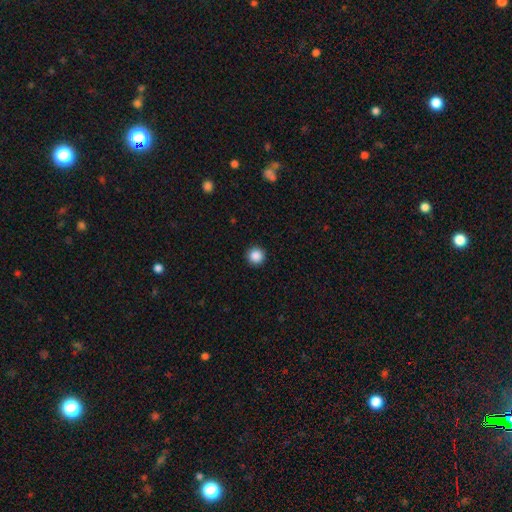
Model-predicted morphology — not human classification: This appears to be a smooth galaxy with no disk features (88%) that is round (96%). Merging: none (93%).